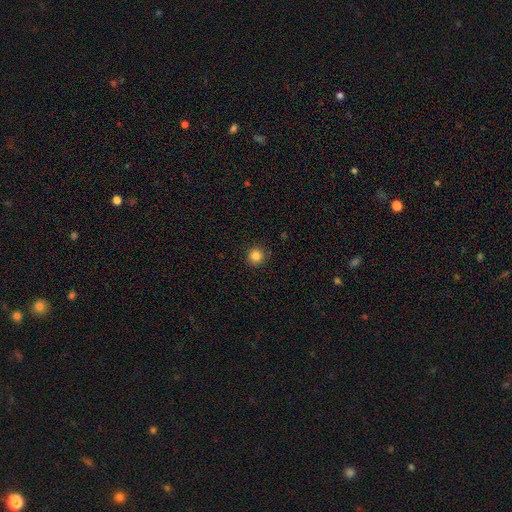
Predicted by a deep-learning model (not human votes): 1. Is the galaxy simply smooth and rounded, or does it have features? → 84% smooth, 11% star or artifact, 5% featured or disk.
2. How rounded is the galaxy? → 95% round, 4% in between, 1% cigar-shaped.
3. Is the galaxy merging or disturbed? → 91% none, 6% minor disturbance, 2% major disturbance, 1% merger.